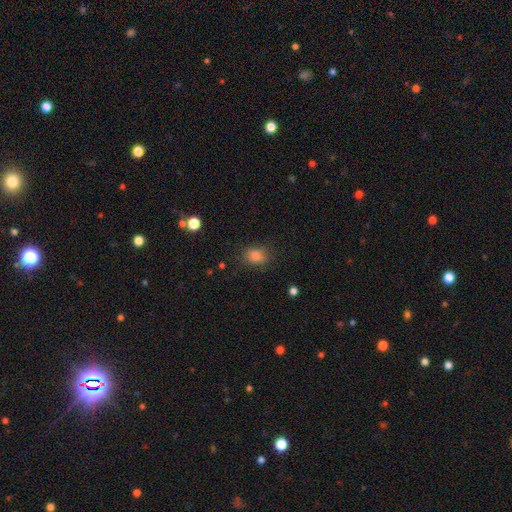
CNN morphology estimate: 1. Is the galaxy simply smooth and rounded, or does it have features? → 81% smooth, 14% star or artifact, 6% featured or disk.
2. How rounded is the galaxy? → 55% in between, 43% round, 1% cigar-shaped.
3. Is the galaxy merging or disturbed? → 78% none, 15% minor disturbance, 6% major disturbance, 2% merger.